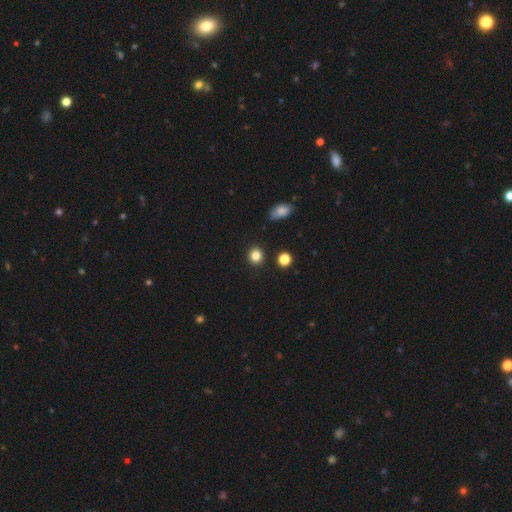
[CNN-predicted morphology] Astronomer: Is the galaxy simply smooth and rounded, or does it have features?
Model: smooth — 84%.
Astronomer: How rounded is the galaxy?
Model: round — 83%.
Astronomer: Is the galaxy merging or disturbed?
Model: none — 89%.